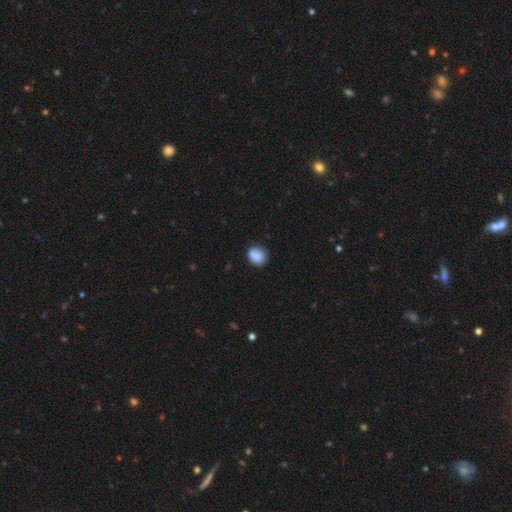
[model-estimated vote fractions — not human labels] smooth 88%, star or artifact 9%, featured or disk 4%. Down the decision tree: how rounded — round (58%); merging — none (81%).